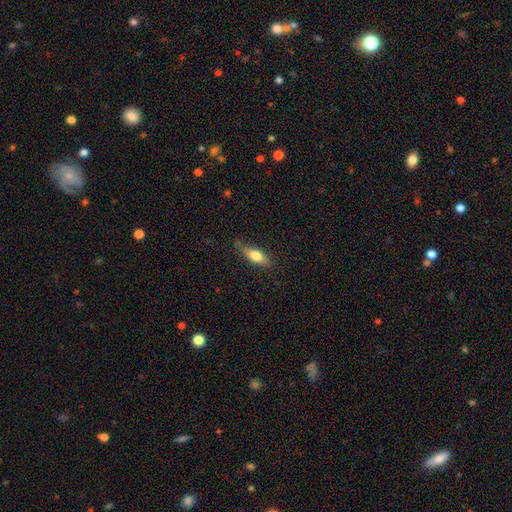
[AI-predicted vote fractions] Q: Smooth or featured?
A: smooth (65%); runner-up: featured or disk (28%)
Q: How rounded?
A: in between (62%); runner-up: cigar-shaped (34%)
Q: Merging?
A: none (73%); runner-up: minor disturbance (21%)